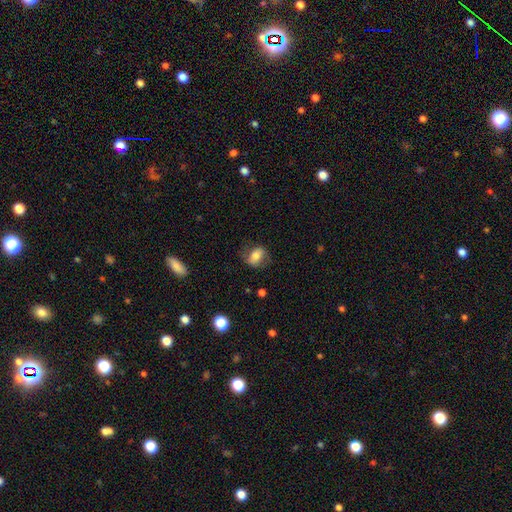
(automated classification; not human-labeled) Smooth or featured: smooth — 62% (featured or disk — 30%)
How rounded: in between — 67% (round — 31%)
Merging: none — 67% (minor disturbance — 21%)